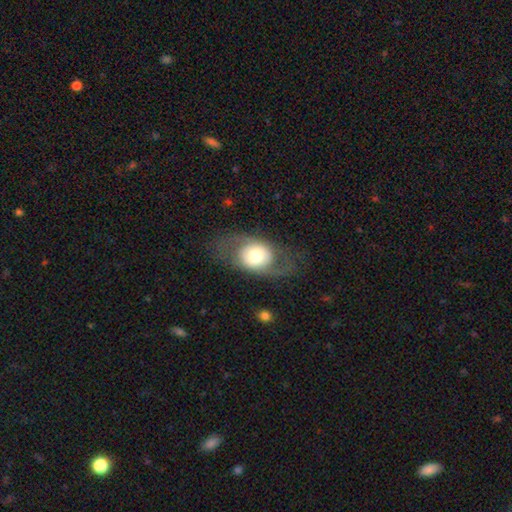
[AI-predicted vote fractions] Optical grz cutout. It shows a featured or disk galaxy (53%). Merging: none (69%).